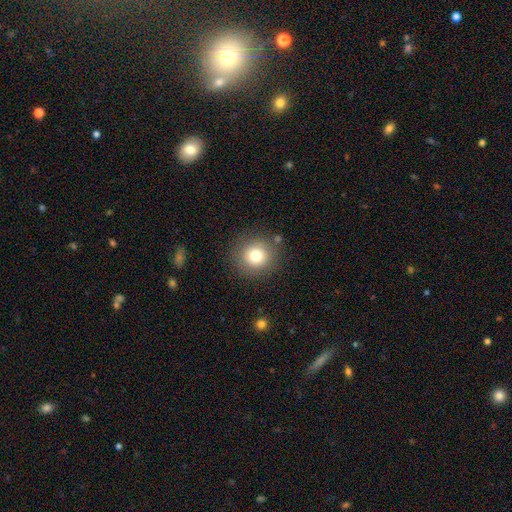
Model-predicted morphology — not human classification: Smooth or featured: smooth — 76% (star or artifact — 12%)
How rounded: round — 93% (in between — 6%)
Merging: none — 85% (minor disturbance — 9%)